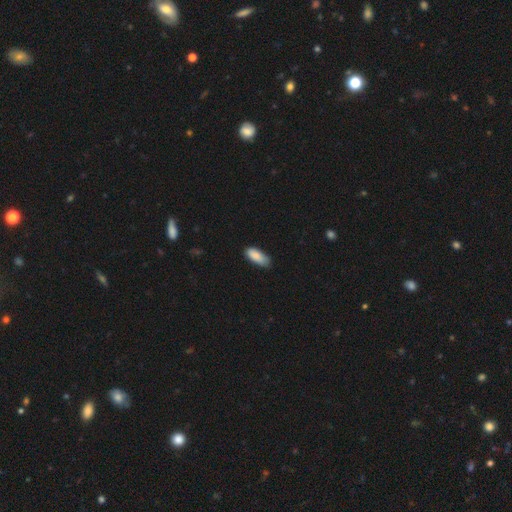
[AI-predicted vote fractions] Smooth or featured: smooth — 86% (featured or disk — 7%)
How rounded: in between — 83% (cigar-shaped — 15%)
Merging: none — 64% (minor disturbance — 30%)